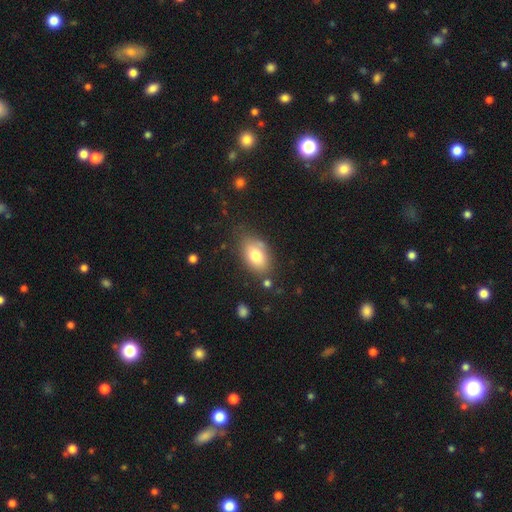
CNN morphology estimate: A smooth galaxy with no disk features (77%) that is in between round and cigar-shaped (89%).

Vote fractions:
- Smooth or featured? smooth: 77% / featured or disk: 15% / star or artifact: 8%
- How rounded? in between: 89% / round: 9% / cigar-shaped: 2%
- Merging? none: 70% / minor disturbance: 19% / major disturbance: 5% / merger: 5%